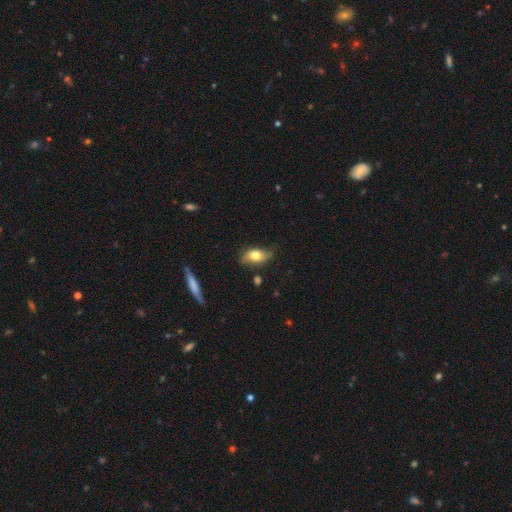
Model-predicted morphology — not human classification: This appears to be a smooth galaxy with no disk features (66%) that is in between round and cigar-shaped (85%). Merging: none (66%).